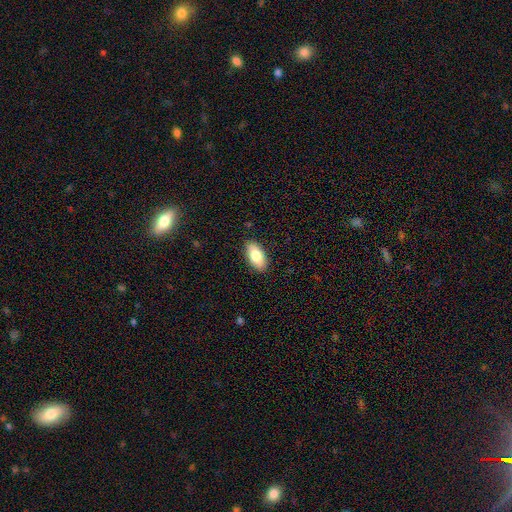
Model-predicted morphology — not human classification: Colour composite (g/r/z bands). It shows a smooth galaxy with no disk features (81%) that is in between round and cigar-shaped (91%). Merging: none (88%).